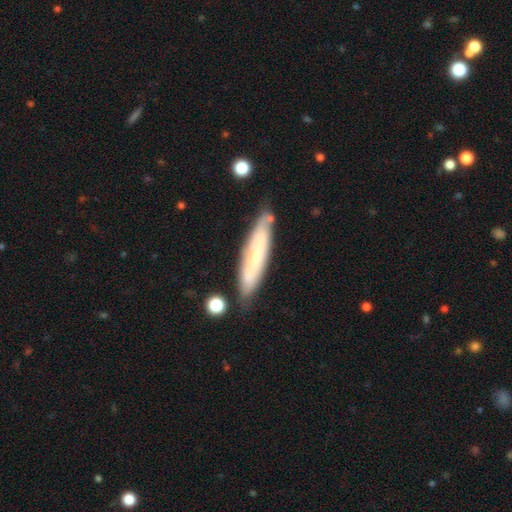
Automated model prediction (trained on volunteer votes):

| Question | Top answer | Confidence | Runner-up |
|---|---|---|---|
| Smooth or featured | smooth | 51% | featured or disk (41%) |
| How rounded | cigar-shaped | 82% | in between (17%) |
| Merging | none | 75% | minor disturbance (17%) |